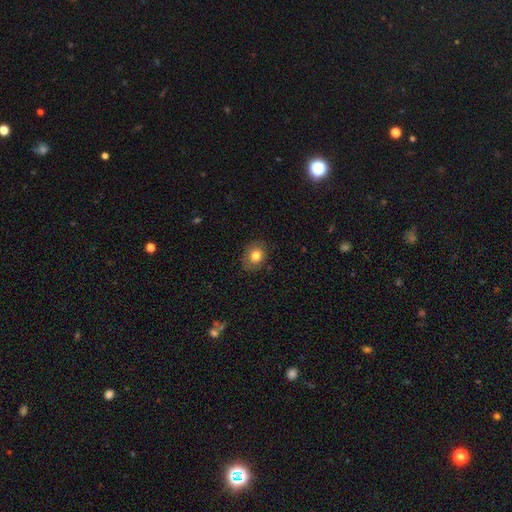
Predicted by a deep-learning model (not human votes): Morphology: type=smooth (80%); roundness=round (50%); merging=none (82%).